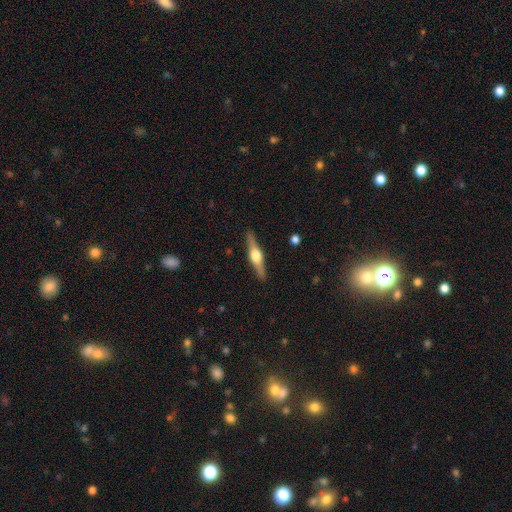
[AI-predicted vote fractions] This is likely a featured or disk galaxy (71%). It is clearly viewed edge-on (97%). Edge-on bulge: clearly rounded (94%). Merging: clearly none (90%).